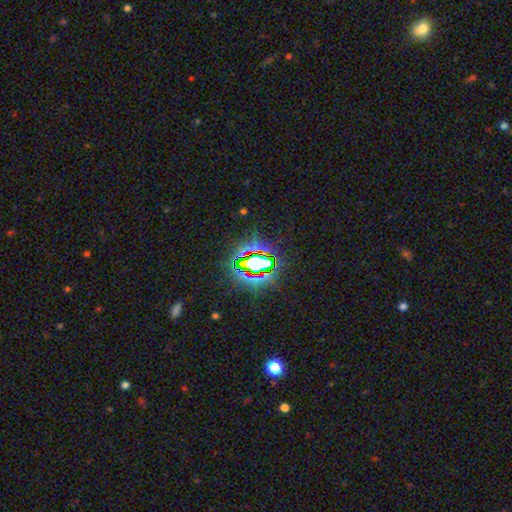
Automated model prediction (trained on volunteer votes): Smooth or featured? star or artifact (82%)